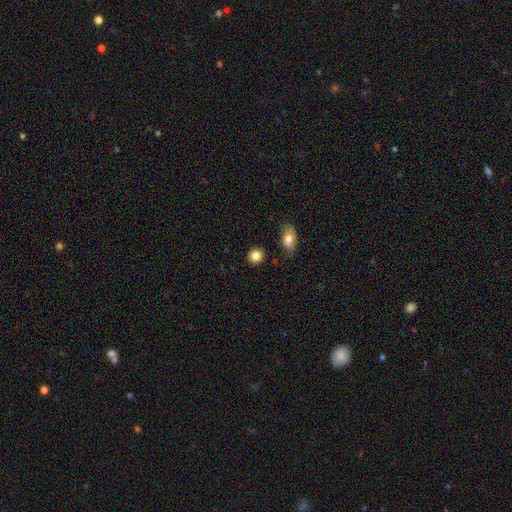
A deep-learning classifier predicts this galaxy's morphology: smooth-or-featured: smooth: 85% | star or artifact: 9% | featured or disk: 6%
  how-rounded: round: 84% | in between: 15% | cigar-shaped: 1%
  merging: none: 87% | minor disturbance: 7% | merger: 3% | major disturbance: 2%